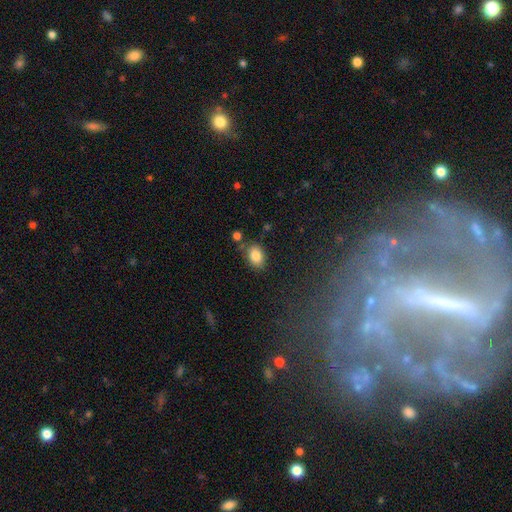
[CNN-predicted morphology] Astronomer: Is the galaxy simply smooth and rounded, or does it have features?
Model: smooth — 84%.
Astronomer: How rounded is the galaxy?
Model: in between — 79%.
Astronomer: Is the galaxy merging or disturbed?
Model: none — 78%.